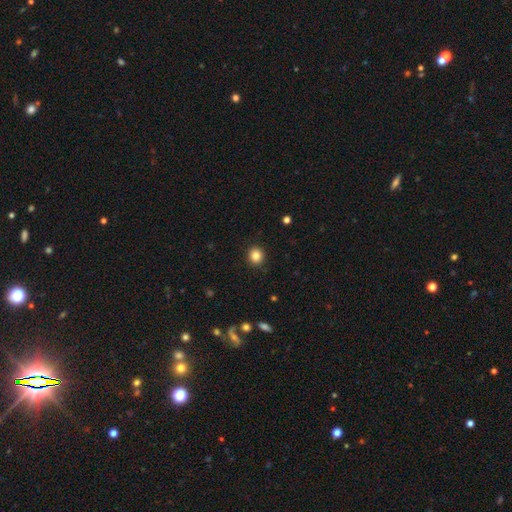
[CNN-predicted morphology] type=smooth (86%); roundness=round (83%); merging=none (91%).